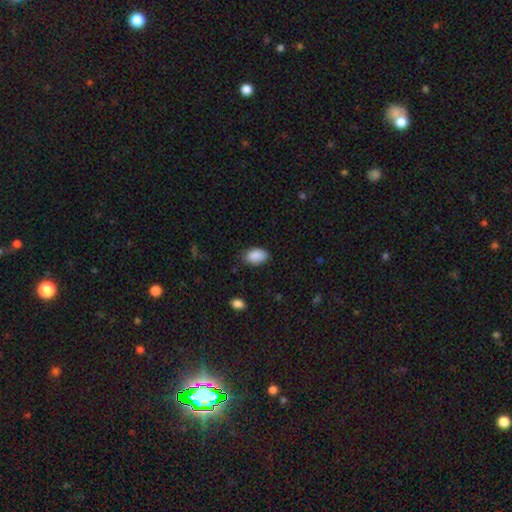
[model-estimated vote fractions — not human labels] smooth 89%, star or artifact 7%, featured or disk 4%. Down the decision tree: how rounded — in between (91%); merging — none (77%).